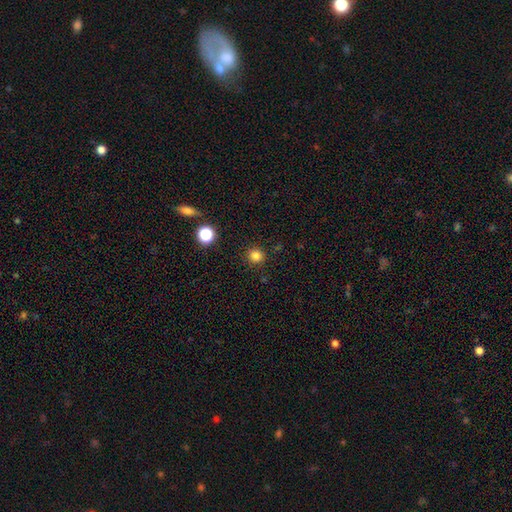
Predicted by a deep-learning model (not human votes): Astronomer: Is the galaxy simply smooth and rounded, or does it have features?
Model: smooth — 82%.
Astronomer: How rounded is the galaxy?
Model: round — 92%.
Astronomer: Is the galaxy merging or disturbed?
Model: none — 91%.